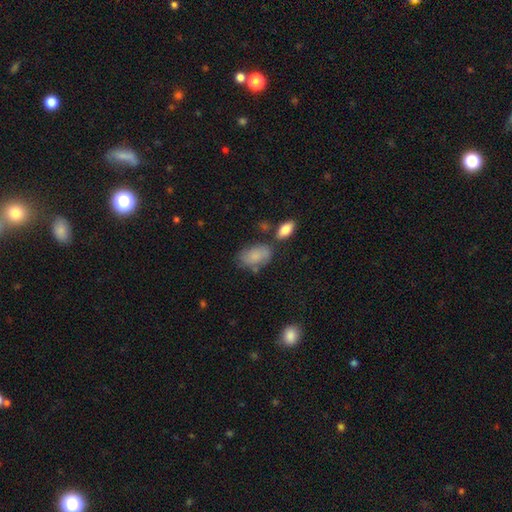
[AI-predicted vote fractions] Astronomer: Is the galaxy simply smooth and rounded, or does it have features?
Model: smooth — 77%.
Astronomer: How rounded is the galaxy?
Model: in between — 91%.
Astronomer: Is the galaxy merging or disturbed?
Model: none — 55%.